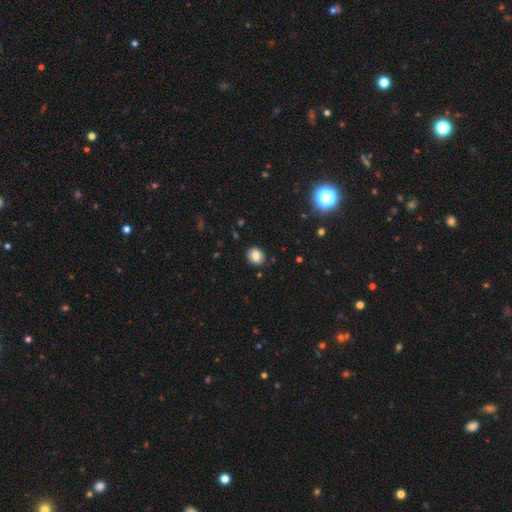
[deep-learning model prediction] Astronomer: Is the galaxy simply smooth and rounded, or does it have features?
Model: smooth — 81%.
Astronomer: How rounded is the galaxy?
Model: round — 68%.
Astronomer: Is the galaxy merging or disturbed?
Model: none — 89%.